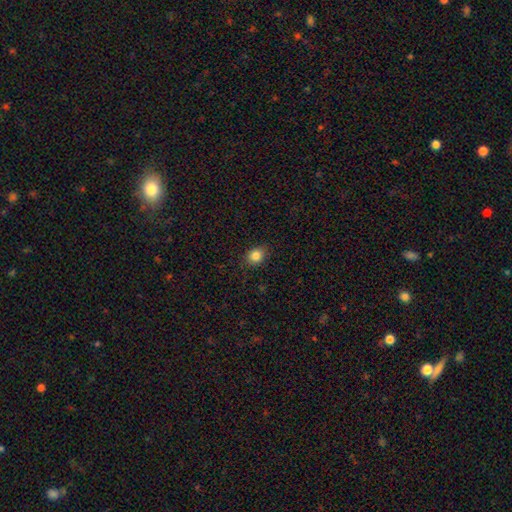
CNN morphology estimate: smooth 84%, star or artifact 10%, featured or disk 6%. Down the decision tree: how rounded — round (52%); merging — none (87%).